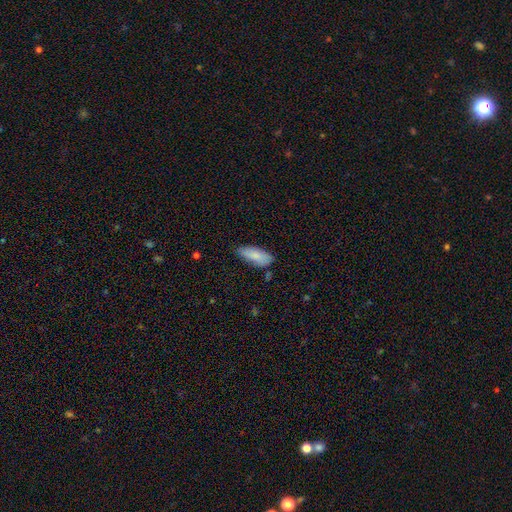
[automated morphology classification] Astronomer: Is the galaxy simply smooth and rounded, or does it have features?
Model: smooth — 83%.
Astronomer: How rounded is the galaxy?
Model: in between — 77%.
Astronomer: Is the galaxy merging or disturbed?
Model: none — 76%.